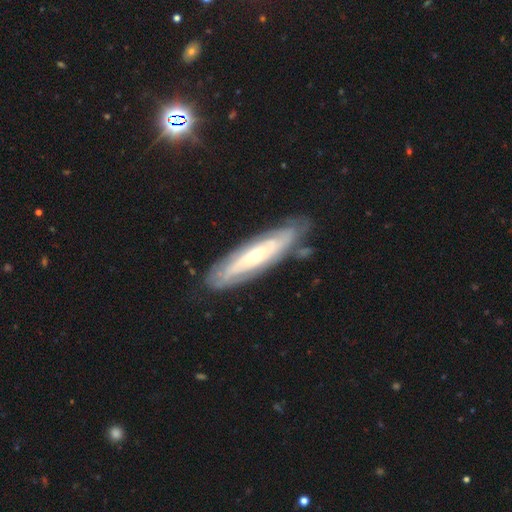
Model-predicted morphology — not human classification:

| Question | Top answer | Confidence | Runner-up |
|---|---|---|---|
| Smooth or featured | featured or disk | 75% | smooth (19%) |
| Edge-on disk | no | 71% | yes (29%) |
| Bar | no | 75% | weak (17%) |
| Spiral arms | yes | 79% | no (21%) |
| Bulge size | small | 66% | moderate (30%) |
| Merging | none | 78% | minor disturbance (15%) |